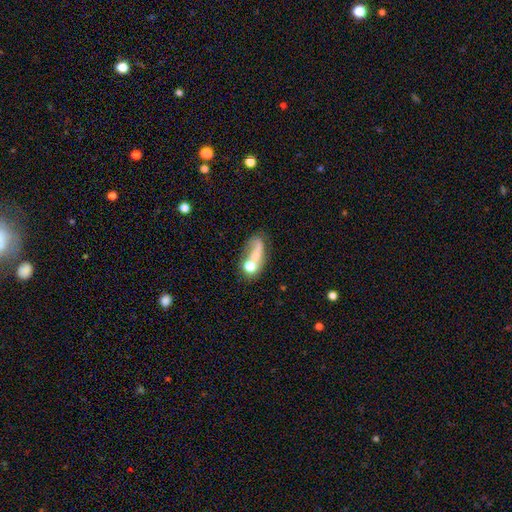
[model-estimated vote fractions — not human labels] Smooth or featured? Predicted: smooth (p=0.54). How rounded? Predicted: in between (p=0.66). Merging? Predicted: merger (p=0.48).